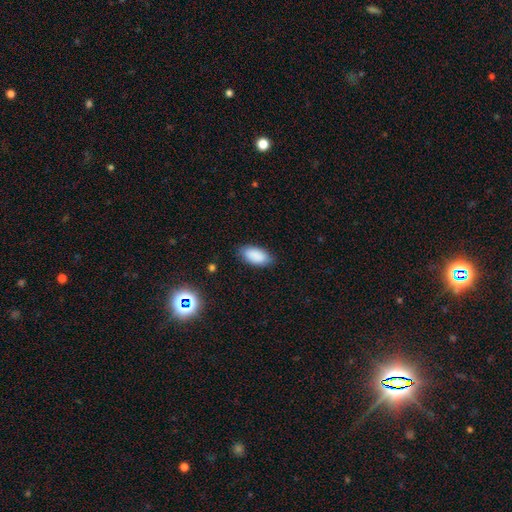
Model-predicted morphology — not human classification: Smooth or featured?
  - smooth: 89% *
  - star or artifact: 7%
  - featured or disk: 4%
How rounded?
  - in between: 93% *
  - cigar-shaped: 4%
  - round: 3%
Merging?
  - none: 83% *
  - minor disturbance: 13%
  - major disturbance: 3%
  - merger: 1%